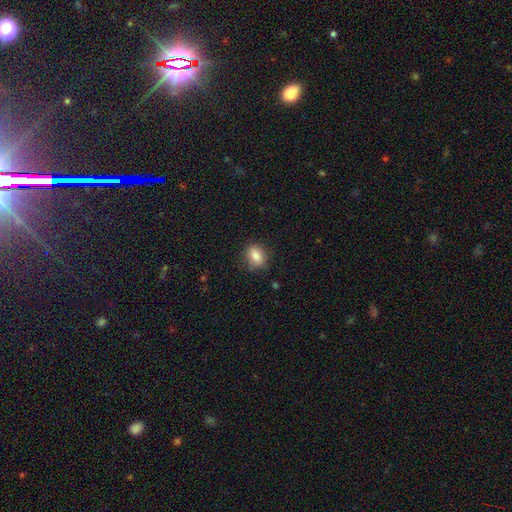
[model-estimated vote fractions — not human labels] A smooth galaxy with no disk features (84%) that is in between round and cigar-shaped (70%). Merging: none (80%).